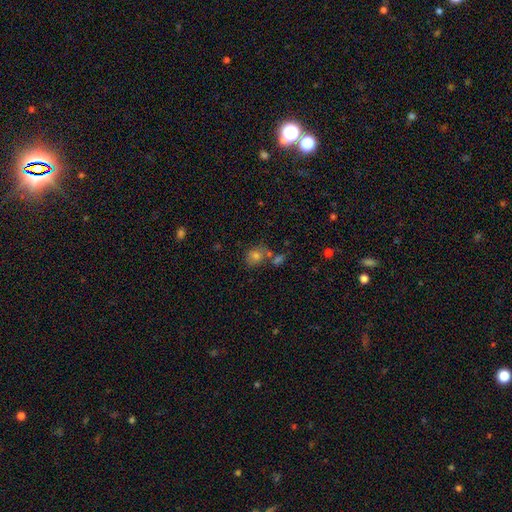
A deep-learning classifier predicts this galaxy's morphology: Overall: smooth (77%). How rounded: round (59%; in between 40%). Merging: none (58%; merger 22%).